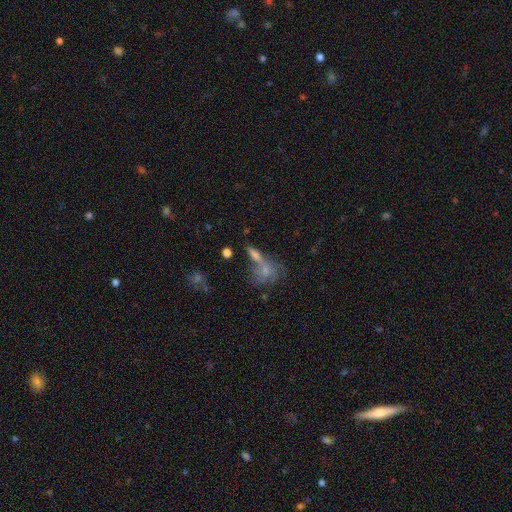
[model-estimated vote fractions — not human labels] Morphology: type=smooth (58%); roundness=in between (50%); merging=none (47%).